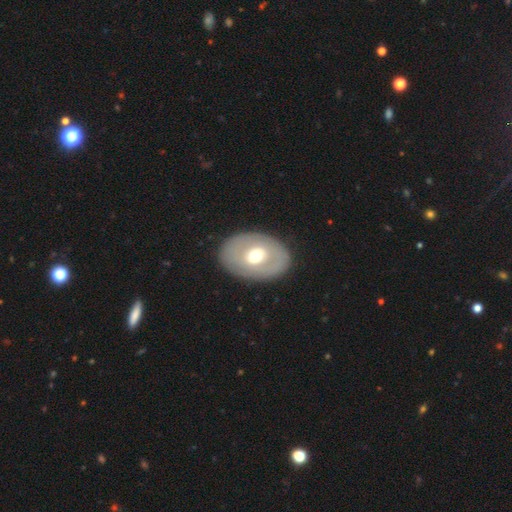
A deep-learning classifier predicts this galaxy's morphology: Smooth or featured? Predicted: featured or disk (p=0.49). Merging? Predicted: none (p=0.86).